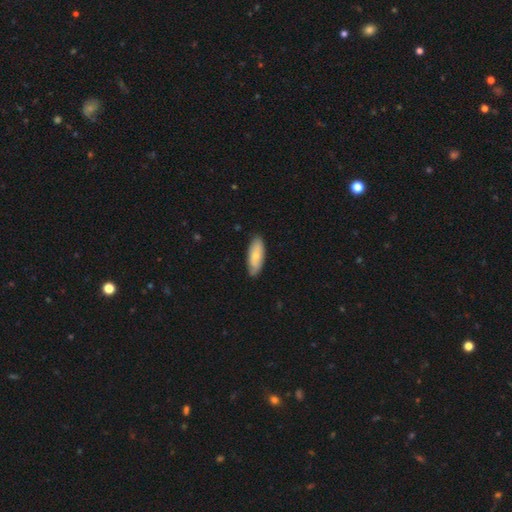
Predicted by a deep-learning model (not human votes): Smooth or featured? Predicted: smooth (p=0.68). How rounded? Predicted: in between (p=0.78). Merging? Predicted: none (p=0.82).